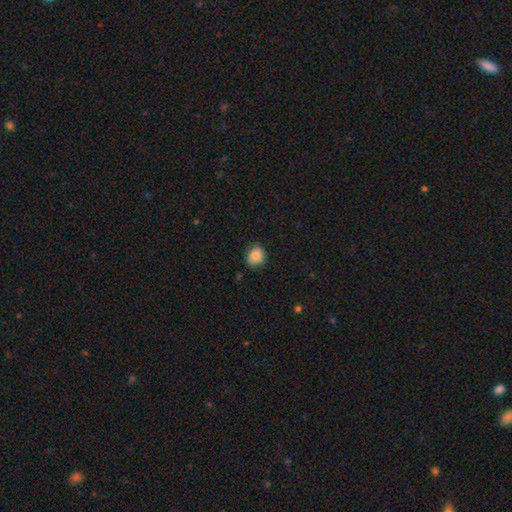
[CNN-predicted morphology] smooth 82%, featured or disk 9%, star or artifact 9%. Down the decision tree: how rounded — round (70%); merging — none (75%).